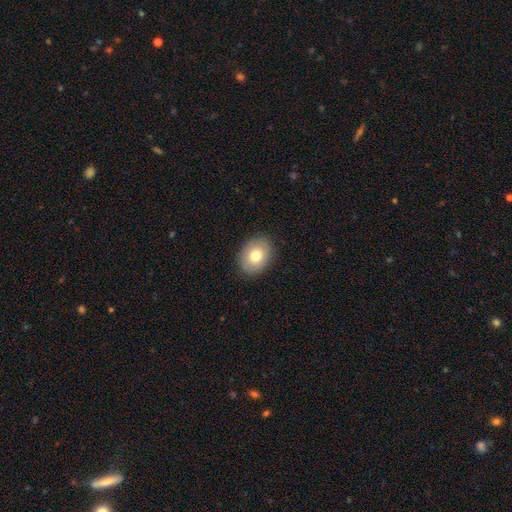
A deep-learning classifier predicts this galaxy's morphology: Smooth or featured? smooth (76%)
How rounded? in between (62%)
Merging? none (87%)